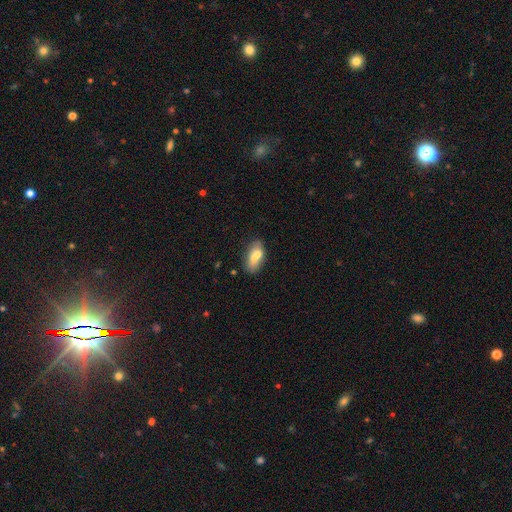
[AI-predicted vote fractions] Q: Smooth or featured?
A: smooth (74%); runner-up: featured or disk (19%)
Q: How rounded?
A: in between (85%); runner-up: cigar-shaped (11%)
Q: Merging?
A: none (57%); runner-up: minor disturbance (22%)